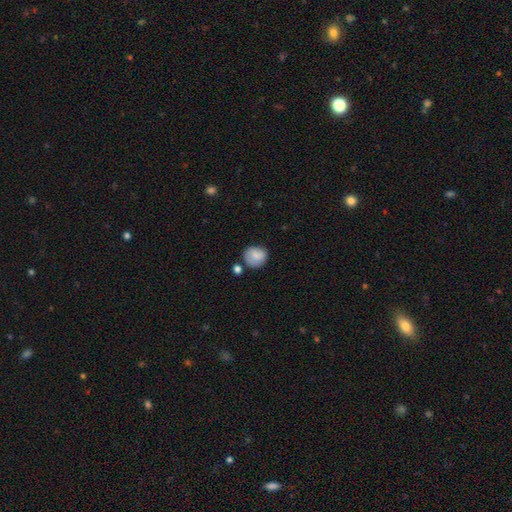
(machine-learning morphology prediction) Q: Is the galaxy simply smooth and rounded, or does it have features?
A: smooth — 76%.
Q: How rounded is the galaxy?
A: round — 82%.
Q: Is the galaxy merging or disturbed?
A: none — 68%.